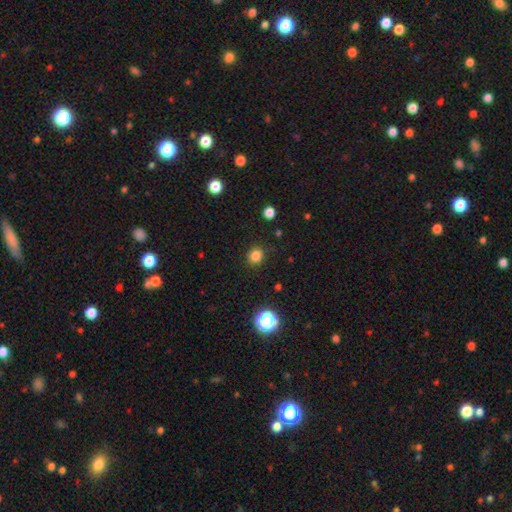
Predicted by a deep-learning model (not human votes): smooth_or_featured: smooth (p=0.82) [alt: star or artifact p=0.14]
how_rounded: round (p=0.82) [alt: in between p=0.17]
merging: none (p=0.88) [alt: minor disturbance p=0.08]